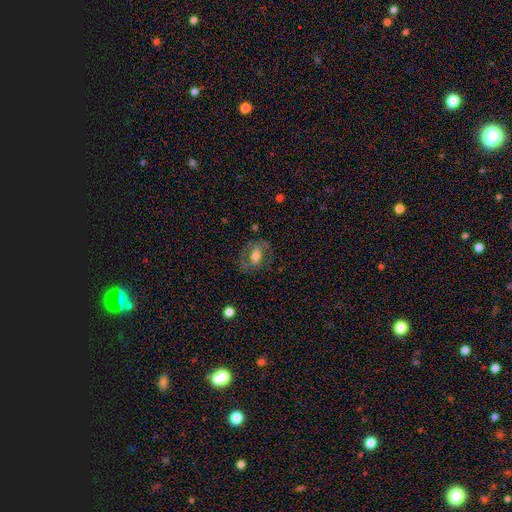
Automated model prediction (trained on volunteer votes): smooth-or-featured: featured or disk: 50% | smooth: 42% | star or artifact: 8%
  merging: none: 68% | minor disturbance: 18% | major disturbance: 13% | merger: 2%